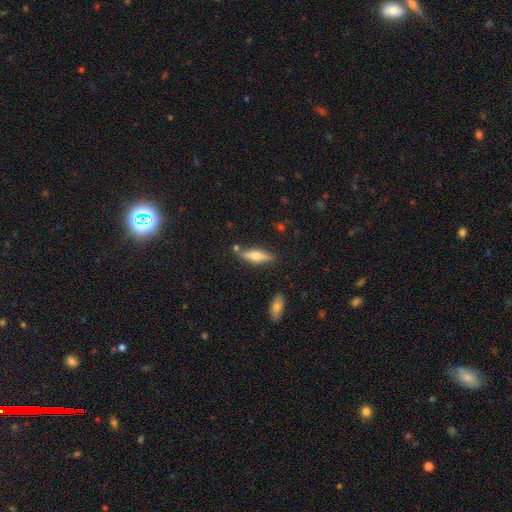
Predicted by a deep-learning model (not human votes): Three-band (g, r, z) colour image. It shows a smooth galaxy with no disk features (50%) that is cigar-shaped (66%). Merging: none (80%).